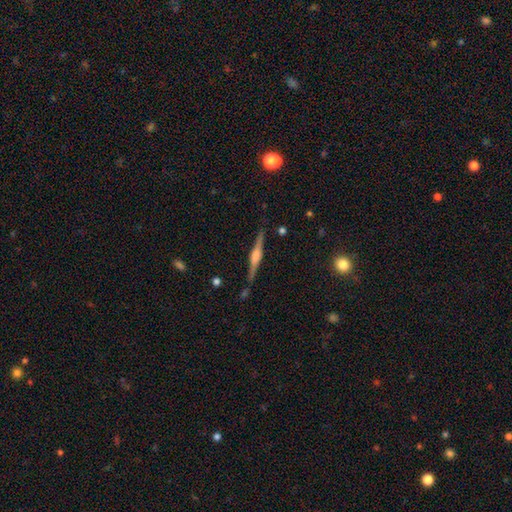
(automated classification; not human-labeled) The model was most divided on "edge-on bulge": rounded: 67%, boxy: 27%, none: 5%. More confident: edge-on disk — yes (98%); merging — none (85%); smooth or featured — featured or disk (77%).